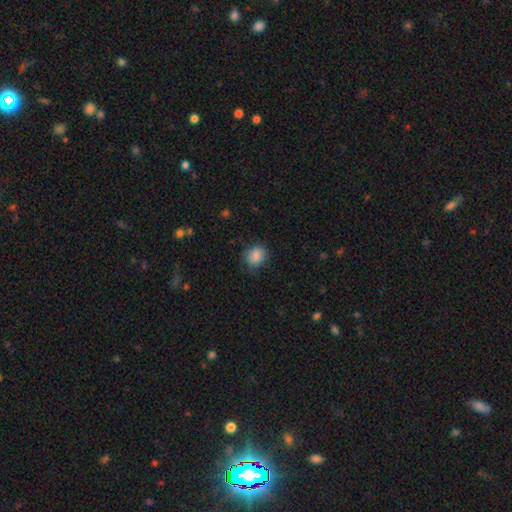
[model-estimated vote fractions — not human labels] A smooth galaxy with no disk features (86%) that is round (73%).

Vote fractions:
- Smooth or featured? smooth: 86% / star or artifact: 9% / featured or disk: 5%
- How rounded? round: 73% / in between: 26% / cigar-shaped: 1%
- Merging? none: 77% / minor disturbance: 17% / major disturbance: 5% / merger: 1%